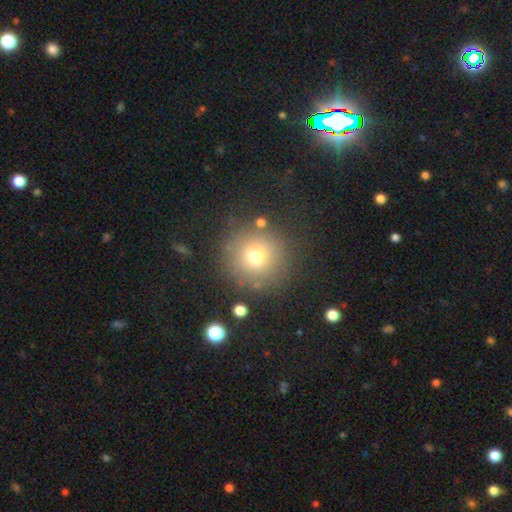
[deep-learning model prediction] Smooth or featured? smooth (71%)
How rounded? round (95%)
Merging? none (83%)